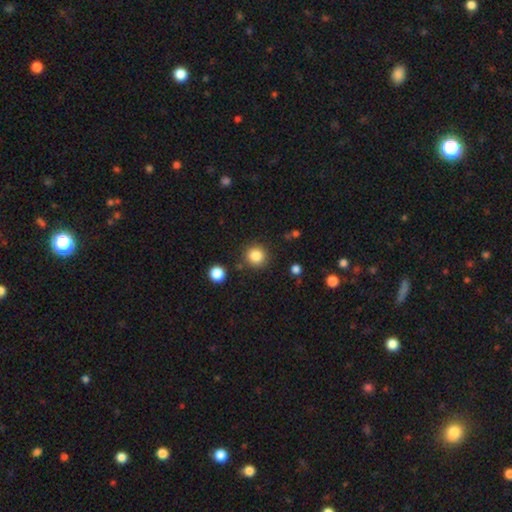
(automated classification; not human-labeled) Q: Smooth or featured?
A: smooth (85%); runner-up: star or artifact (10%)
Q: How rounded?
A: round (93%); runner-up: in between (6%)
Q: Merging?
A: none (86%); runner-up: minor disturbance (7%)